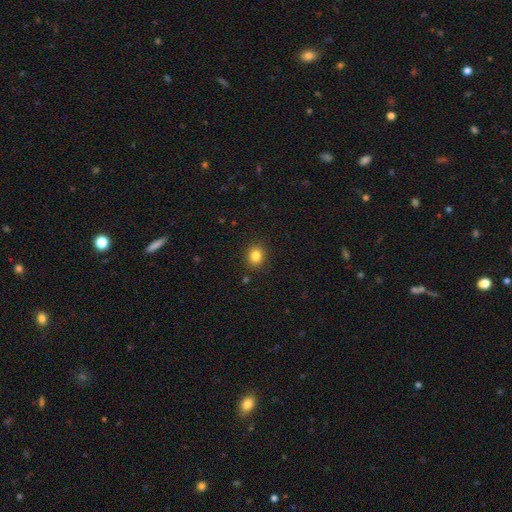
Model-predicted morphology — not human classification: Overall: smooth (84%). How rounded: round (74%). Merging: none (90%).